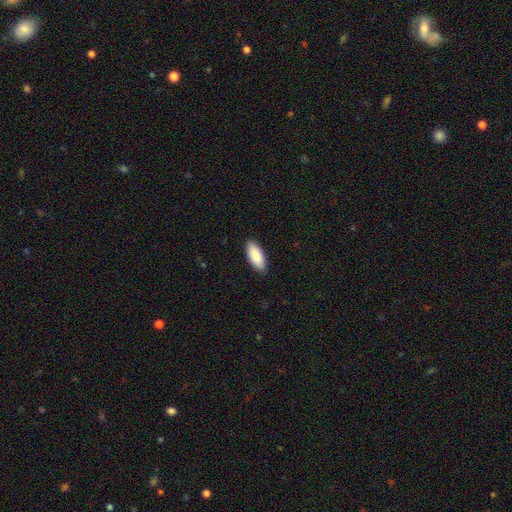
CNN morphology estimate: Q: Smooth or featured?
A: smooth (89%); runner-up: featured or disk (6%)
Q: How rounded?
A: in between (84%); runner-up: cigar-shaped (14%)
Q: Merging?
A: none (89%); runner-up: minor disturbance (8%)